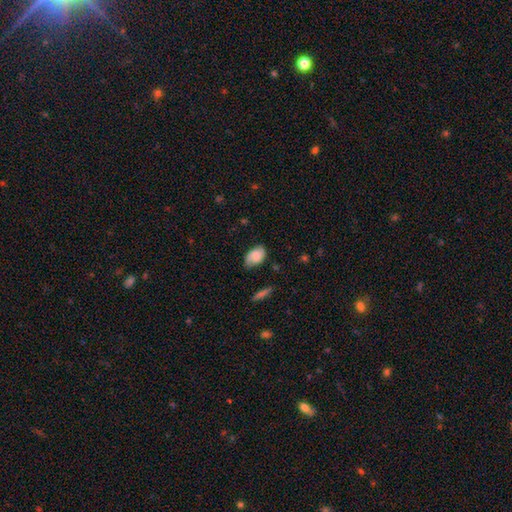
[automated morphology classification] smooth 64%, featured or disk 28%, star or artifact 8%. Down the decision tree: how rounded — in between (88%); merging — none (63%).